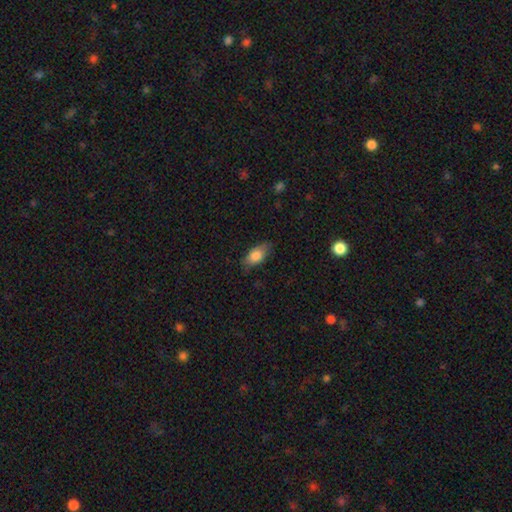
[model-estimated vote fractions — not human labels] Smooth or featured? Predicted: smooth (p=0.80). How rounded? Predicted: in between (p=0.88). Merging? Predicted: none (p=0.76).